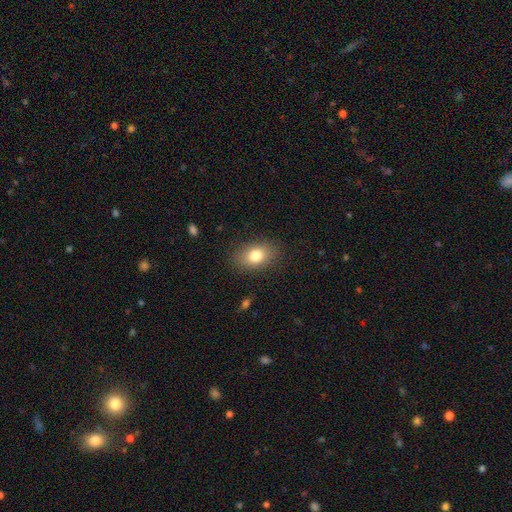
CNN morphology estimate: type=smooth (80%); roundness=in between (82%); merging=none (84%).